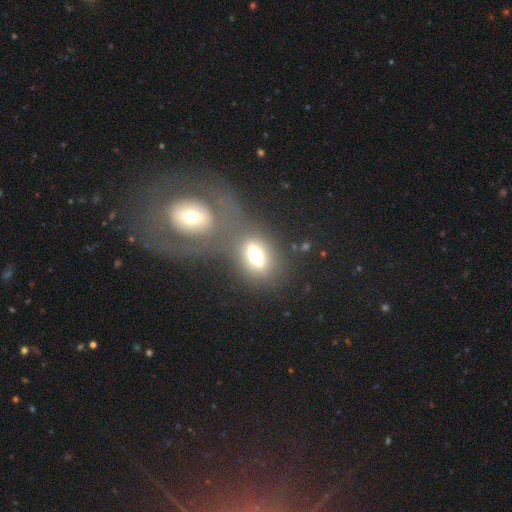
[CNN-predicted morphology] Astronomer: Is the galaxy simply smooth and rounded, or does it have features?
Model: smooth — 52% (runner-up: featured or disk, 35%).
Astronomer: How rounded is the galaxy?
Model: in between — 70%.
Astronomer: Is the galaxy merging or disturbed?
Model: none — 53%.